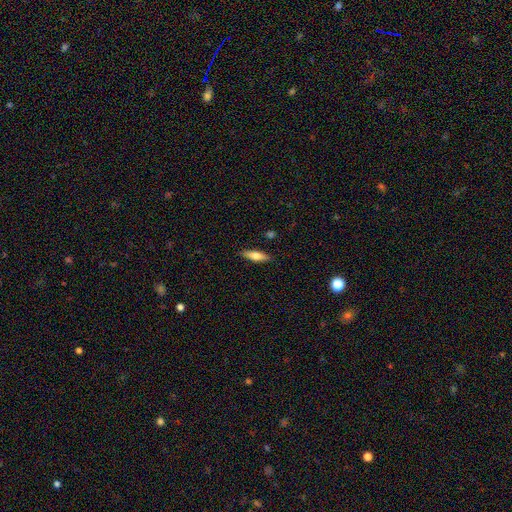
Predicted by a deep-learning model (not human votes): The model was most divided on "how rounded": cigar-shaped: 55%, in between: 43%, round: 2%. More confident: merging — none (87%); smooth or featured — smooth (68%).